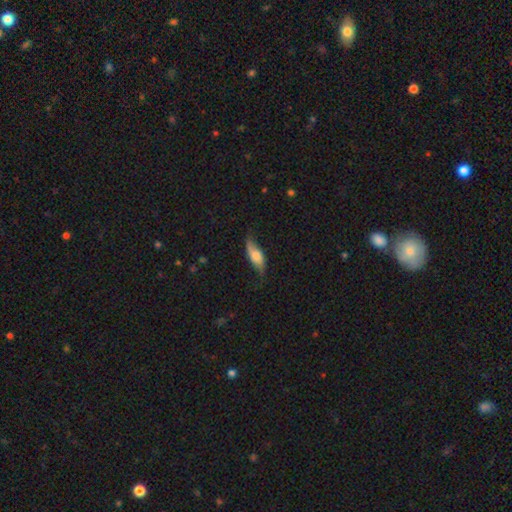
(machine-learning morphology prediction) smooth 49%, featured or disk 44%, star or artifact 7%. Down the decision tree: merging — none (63%).